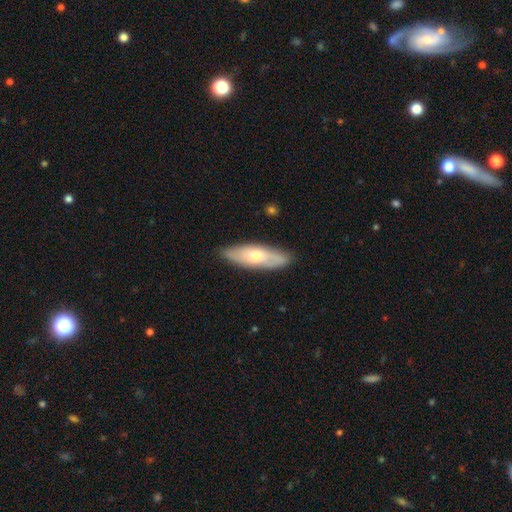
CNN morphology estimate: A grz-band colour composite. It shows a smooth galaxy with no disk features (55%) that is in between round and cigar-shaped (58%). Merging: none (84%).